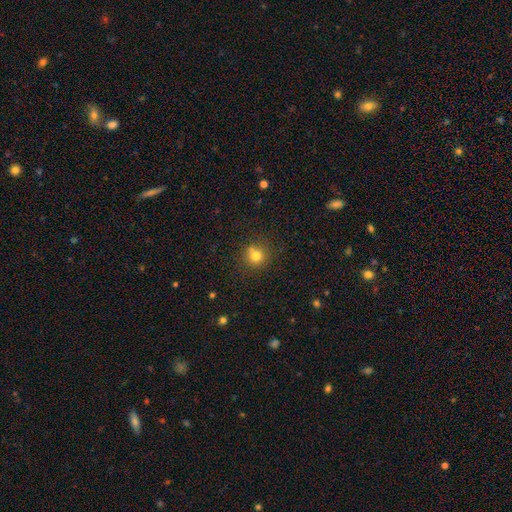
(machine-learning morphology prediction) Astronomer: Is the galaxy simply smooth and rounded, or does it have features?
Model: smooth — 76%.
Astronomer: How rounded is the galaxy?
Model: round — 88%.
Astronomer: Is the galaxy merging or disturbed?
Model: none — 65%.